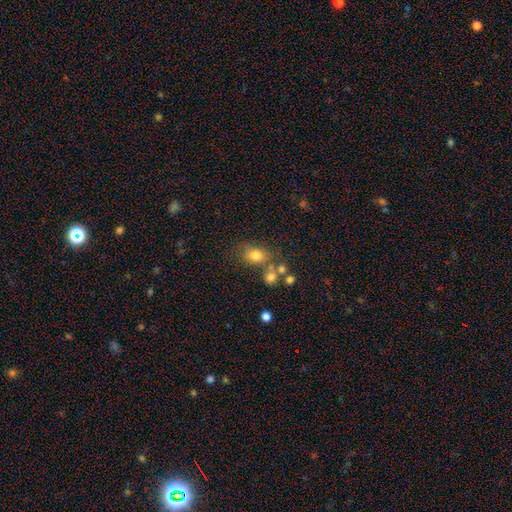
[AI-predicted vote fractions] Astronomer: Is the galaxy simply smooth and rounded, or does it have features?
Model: smooth — 75%.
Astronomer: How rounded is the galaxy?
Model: in between — 57% (runner-up: round, 42%).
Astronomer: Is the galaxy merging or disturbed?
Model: none — 59%.